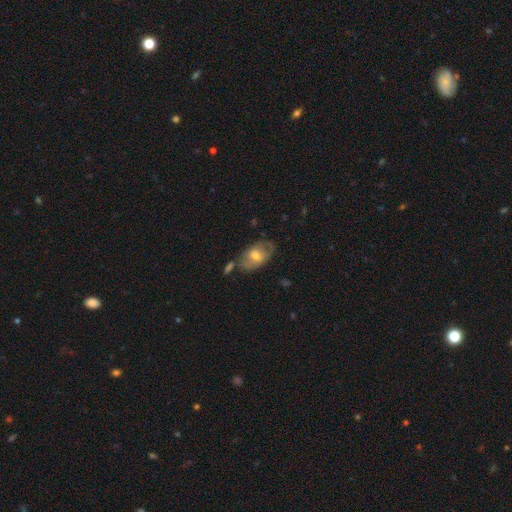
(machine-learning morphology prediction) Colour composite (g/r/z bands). It shows a smooth galaxy with no disk features (52%) that is in between round and cigar-shaped (88%). Merging: none (51%).